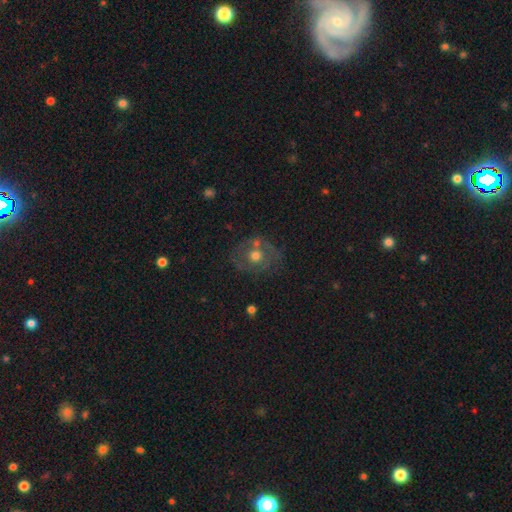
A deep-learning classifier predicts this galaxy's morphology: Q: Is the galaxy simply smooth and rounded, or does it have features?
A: featured or disk — 52%.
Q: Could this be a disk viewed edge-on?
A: no — 96%.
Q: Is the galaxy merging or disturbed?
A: none — 63%.